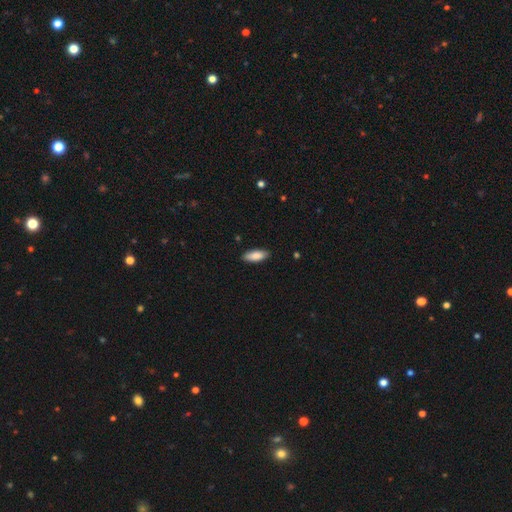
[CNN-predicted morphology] This appears to be a smooth galaxy with no disk features (87%) that is in between round and cigar-shaped (77%). Merging: none (88%).